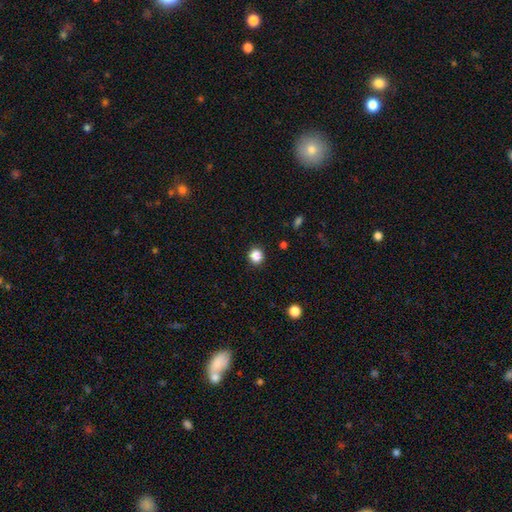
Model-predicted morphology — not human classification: Overall: smooth (86%). How rounded: round (90%). Merging: none (90%).